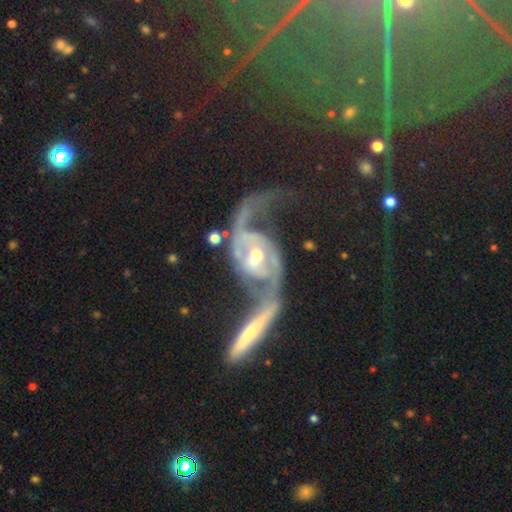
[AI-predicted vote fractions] Q: Smooth or featured?
A: featured or disk (84%); runner-up: star or artifact (8%)
Q: Edge-on disk?
A: no (91%); runner-up: yes (9%)
Q: Bar?
A: no (43%); runner-up: weak (38%)
Q: Spiral arms?
A: yes (93%); runner-up: no (7%)
Q: Spiral winding?
A: loose (53%); runner-up: medium (33%)
Q: Spiral arm count?
A: 2 (86%); runner-up: can't tell (6%)
Q: Bulge size?
A: moderate (58%); runner-up: small (34%)
Q: Merging?
A: merger (43%); runner-up: none (26%)